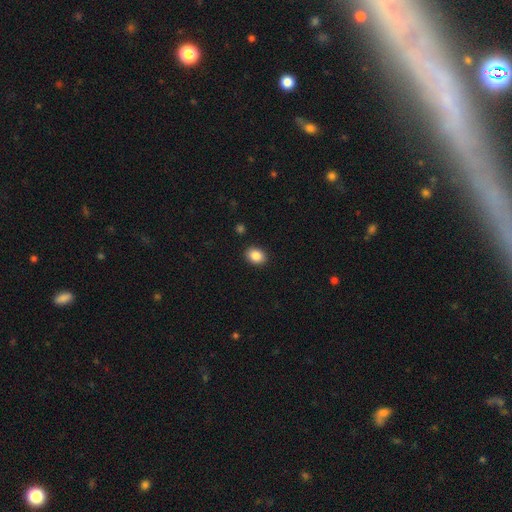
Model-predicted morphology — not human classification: A smooth galaxy with no disk features (87%) that is in between round and cigar-shaped (67%). Merging: none (90%).